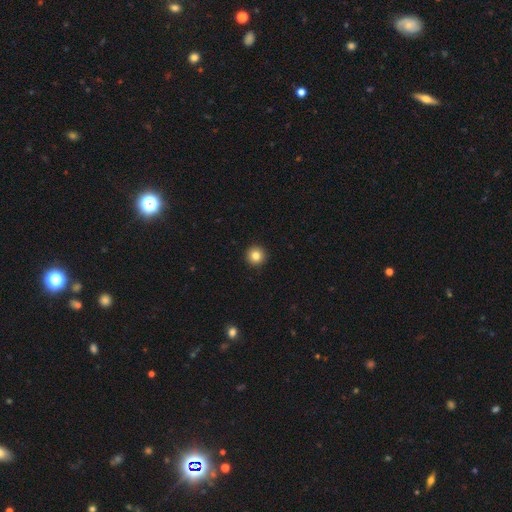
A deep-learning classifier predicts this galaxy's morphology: Smooth or featured: smooth — 83% (star or artifact — 11%)
How rounded: round — 96% (in between — 3%)
Merging: none — 94% (minor disturbance — 4%)